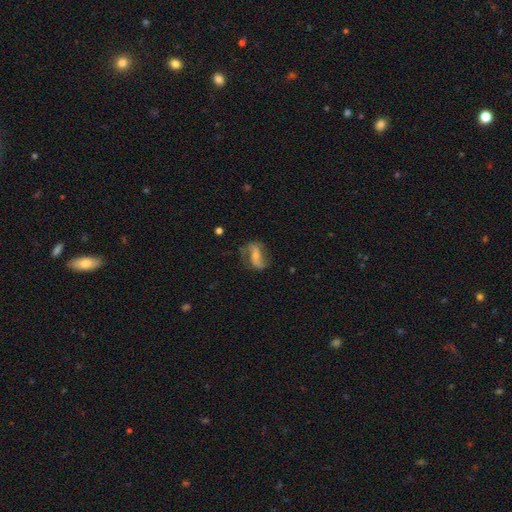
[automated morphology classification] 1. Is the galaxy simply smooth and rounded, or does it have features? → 74% featured or disk, 19% smooth, 7% star or artifact.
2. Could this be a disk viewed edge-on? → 94% no, 6% yes.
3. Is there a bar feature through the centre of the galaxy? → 39% strong, 33% weak, 27% no.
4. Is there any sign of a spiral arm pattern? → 89% yes, 11% no.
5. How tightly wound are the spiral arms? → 54% loose, 34% medium, 12% tight.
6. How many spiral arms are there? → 86% 2, 6% can't tell, 5% 1, 1% 3, 1% 4, 1% more than 4.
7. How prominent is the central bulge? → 54% small, 35% moderate, 7% none, 3% large, 1% dominant.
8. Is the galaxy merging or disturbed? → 63% none, 21% minor disturbance, 14% major disturbance, 2% merger.